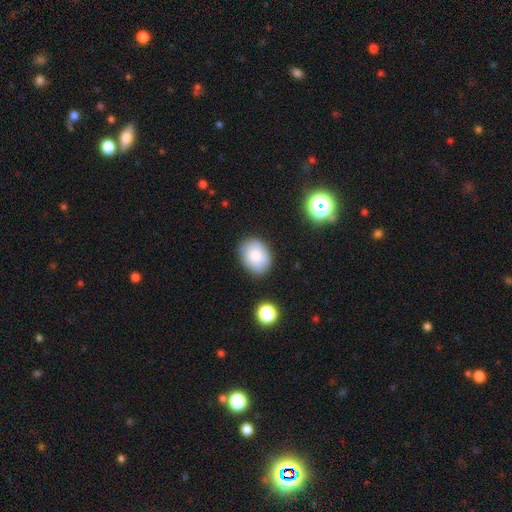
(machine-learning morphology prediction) A smooth galaxy with no disk features (79%) that is in between round and cigar-shaped (60%).

Vote fractions:
- Smooth or featured? smooth: 79% / featured or disk: 13% / star or artifact: 9%
- How rounded? in between: 60% / round: 39% / cigar-shaped: 1%
- Merging? none: 79% / minor disturbance: 15% / major disturbance: 3% / merger: 3%